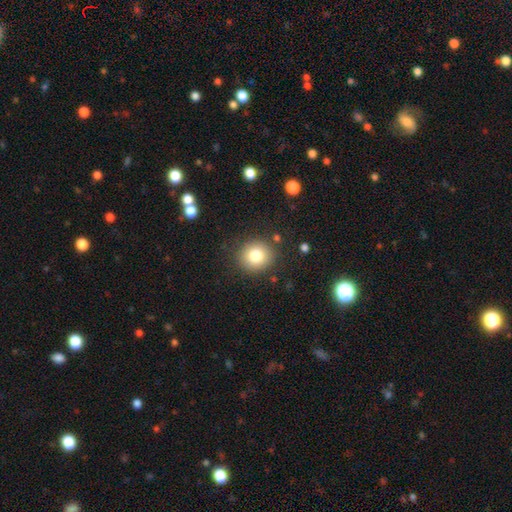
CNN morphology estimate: Smooth or featured: smooth — 80% (star or artifact — 11%)
How rounded: round — 86% (in between — 13%)
Merging: none — 87% (minor disturbance — 8%)